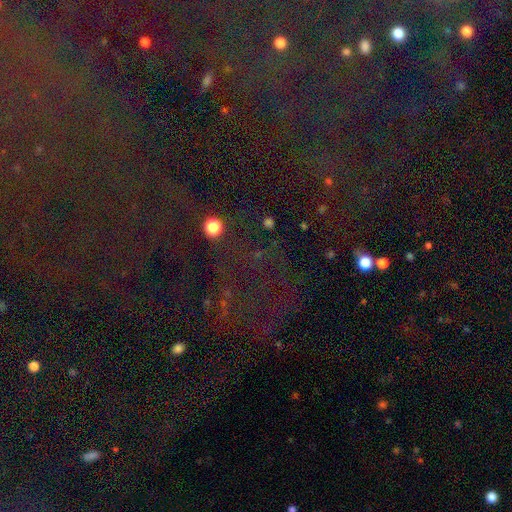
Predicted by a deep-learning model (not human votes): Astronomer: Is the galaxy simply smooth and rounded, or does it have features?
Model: star or artifact — 76%.